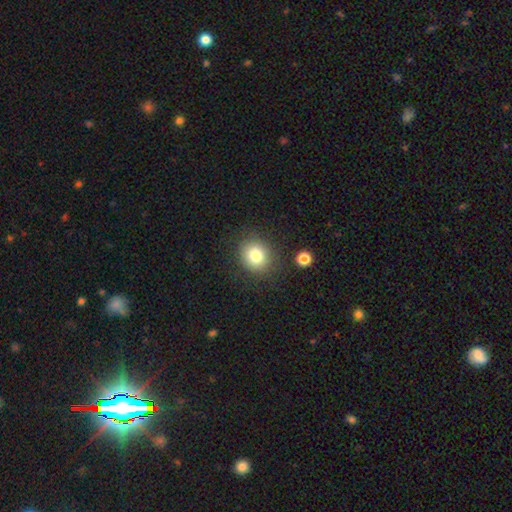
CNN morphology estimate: smooth_or_featured: smooth (p=0.79) [alt: star or artifact p=0.12]
how_rounded: round (p=0.77) [alt: in between p=0.22]
merging: none (p=0.84) [alt: minor disturbance p=0.09]